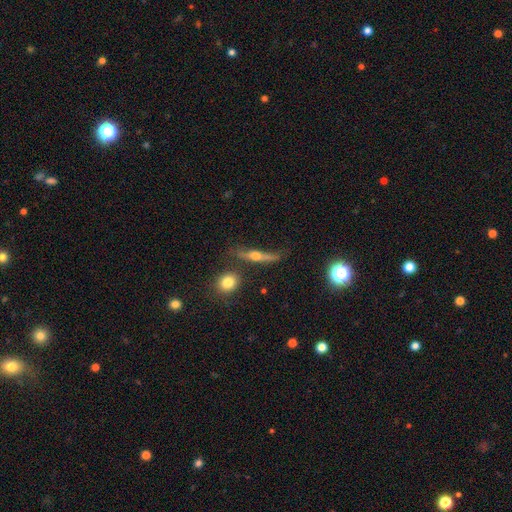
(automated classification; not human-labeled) A featured or disk galaxy (57%) viewed edge-on (87%).

Vote fractions:
- Smooth or featured? featured or disk: 57% / smooth: 34% / star or artifact: 9%
- Edge-on disk? yes: 87% / no: 13%
- Merging? none: 61% / minor disturbance: 21% / major disturbance: 11% / merger: 7%